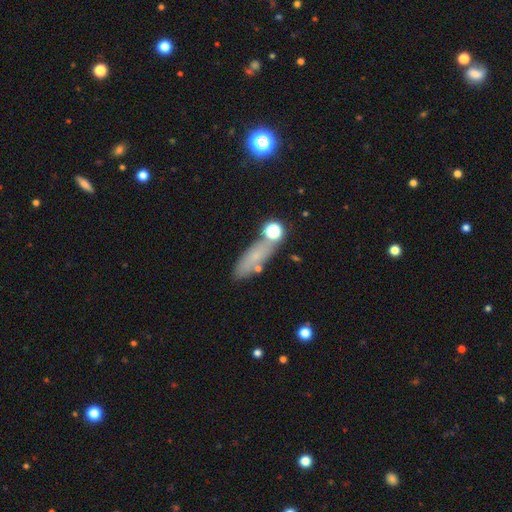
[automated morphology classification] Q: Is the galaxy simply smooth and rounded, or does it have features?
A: smooth — 63%.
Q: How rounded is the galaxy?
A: cigar-shaped — 50%.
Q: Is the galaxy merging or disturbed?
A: none — 69%.